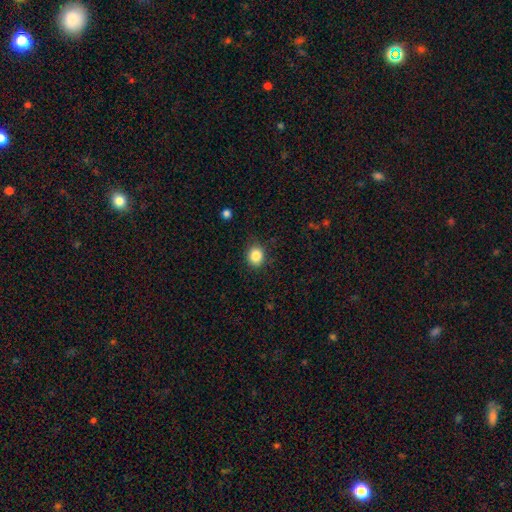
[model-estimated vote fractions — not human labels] smooth-or-featured: smooth: 85% | star or artifact: 10% | featured or disk: 5%
  how-rounded: round: 67% | in between: 32% | cigar-shaped: 1%
  merging: none: 85% | minor disturbance: 12% | major disturbance: 3% | merger: 1%